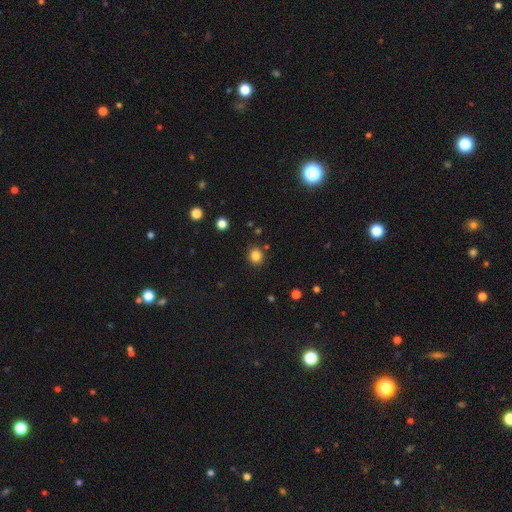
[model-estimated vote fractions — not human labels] Smooth or featured?
  - smooth: 83% *
  - star or artifact: 12%
  - featured or disk: 5%
How rounded?
  - round: 86% *
  - in between: 13%
  - cigar-shaped: 1%
Merging?
  - none: 87% *
  - minor disturbance: 7%
  - merger: 3%
  - major disturbance: 2%